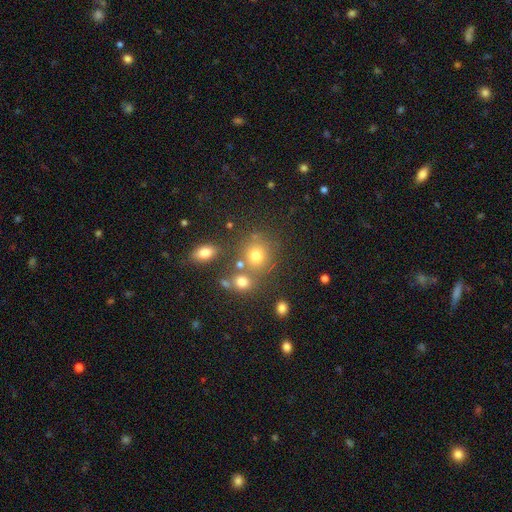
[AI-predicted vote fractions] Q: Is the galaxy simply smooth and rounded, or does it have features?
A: smooth — 71%.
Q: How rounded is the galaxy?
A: round — 80%.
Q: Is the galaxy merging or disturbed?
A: none — 64%.